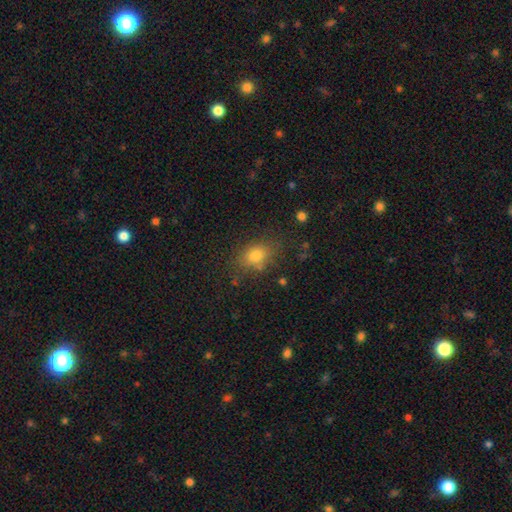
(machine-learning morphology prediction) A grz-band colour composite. It shows a smooth galaxy with no disk features (77%) that is in between round and cigar-shaped (68%). Merging: none (76%).